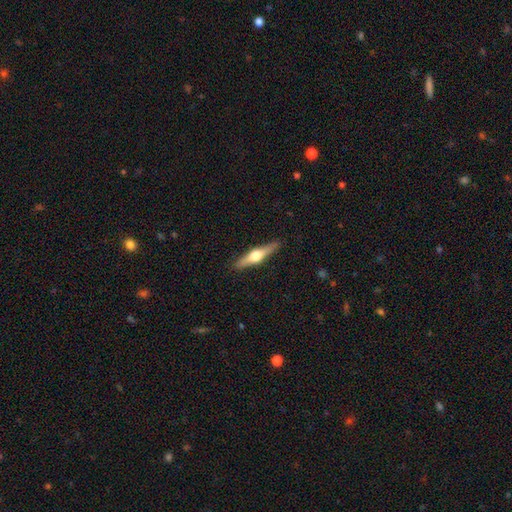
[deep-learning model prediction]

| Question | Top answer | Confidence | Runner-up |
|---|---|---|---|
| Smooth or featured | featured or disk | 66% | smooth (29%) |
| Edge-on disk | yes | 97% | no (3%) |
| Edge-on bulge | rounded | 95% | boxy (3%) |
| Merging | none | 90% | minor disturbance (7%) |